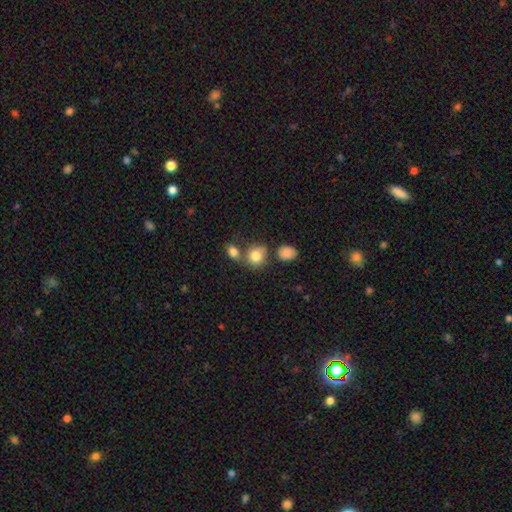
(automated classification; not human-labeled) Smooth or featured? Predicted: smooth (p=0.82). How rounded? Predicted: round (p=0.70). Merging? Predicted: none (p=0.52).